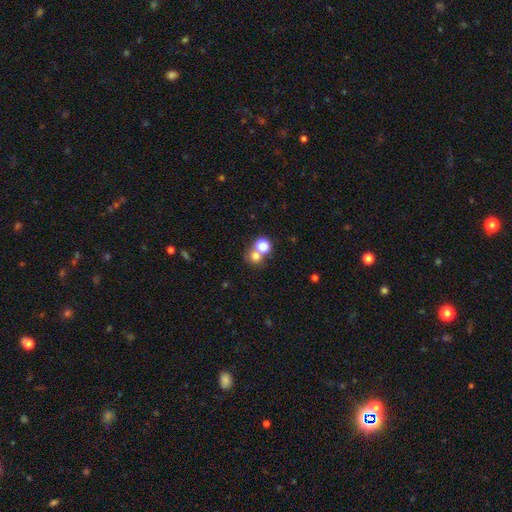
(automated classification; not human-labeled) Morphology: type=smooth (71%); roundness=round (81%); merging=none (48%).